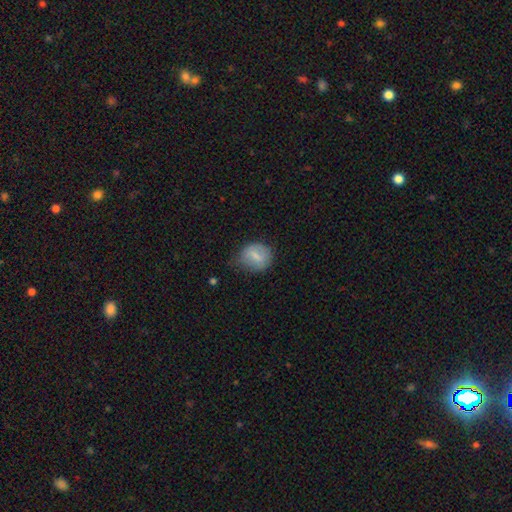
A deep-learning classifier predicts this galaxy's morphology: Q: Smooth or featured?
A: smooth (71%); runner-up: featured or disk (22%)
Q: How rounded?
A: round (65%); runner-up: in between (34%)
Q: Merging?
A: none (52%); runner-up: minor disturbance (35%)